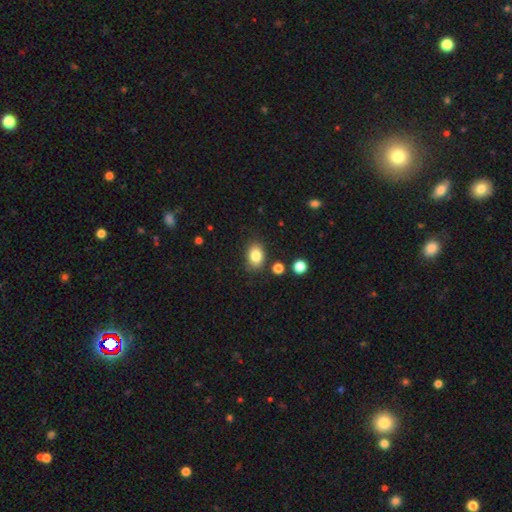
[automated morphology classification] smooth 84%, star or artifact 9%, featured or disk 7%. Down the decision tree: how rounded — in between (75%); merging — none (80%).